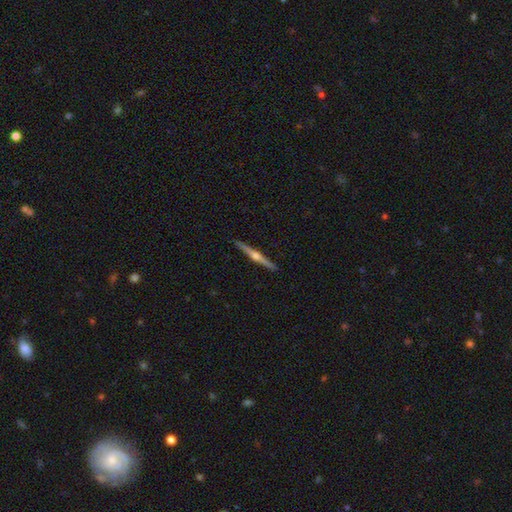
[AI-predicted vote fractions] A featured or disk galaxy (80%) viewed edge-on (99%) with a rounded central bulge (93%). Merging: none (92%).